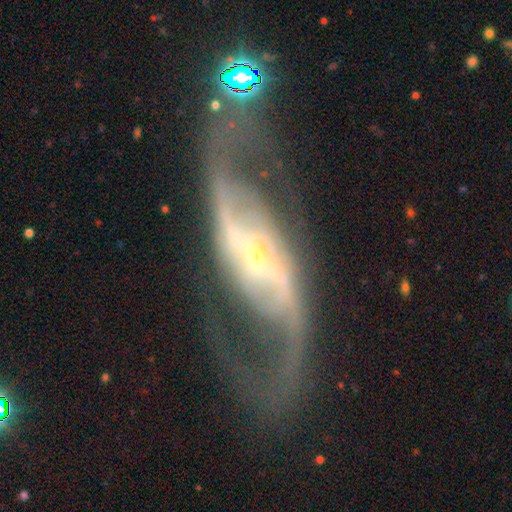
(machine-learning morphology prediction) type=featured or disk (90%); edge-on=no (94%); bar=strong (49%); spiral arms=yes (95%); winding=loose (58%); arm count=2 (93%); bulge=small (74%); merging=none (70%).